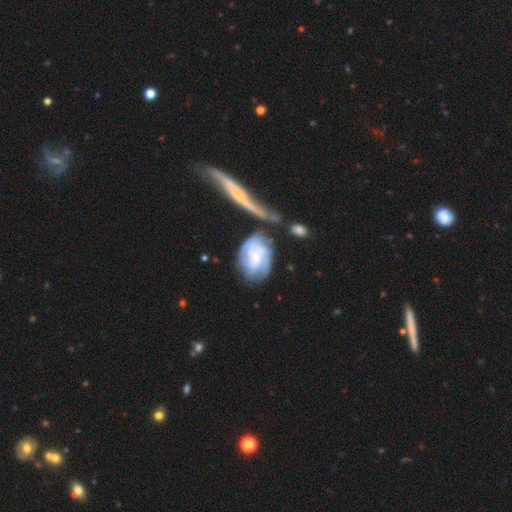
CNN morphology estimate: type=featured or disk (74%); edge-on=no (95%); bar=no (59%); spiral arms=yes (87%); winding=tight (54%); arm count=can't tell (39%); bulge=small (57%); merging=none (46%).